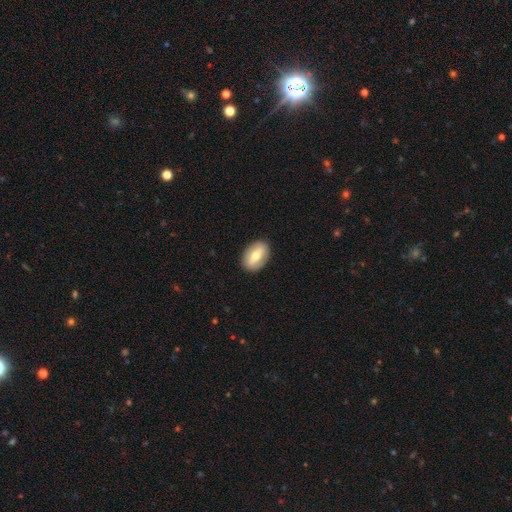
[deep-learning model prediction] Overall: smooth (57%; featured or disk 36%). How rounded: in between (83%). Merging: none (89%).